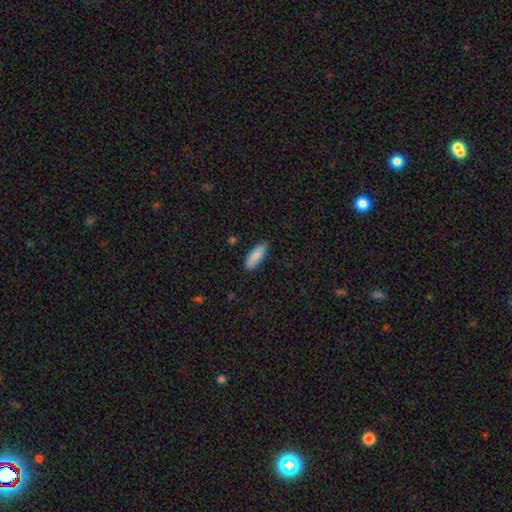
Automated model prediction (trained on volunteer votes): Smooth or featured? smooth (84%)
How rounded? in between (68%)
Merging? none (80%)